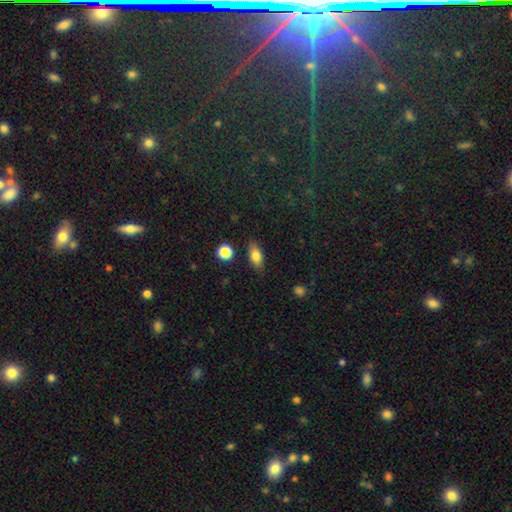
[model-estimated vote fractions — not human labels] This appears to be a smooth galaxy with no disk features (78%) that is in between round and cigar-shaped (80%). Merging: none (82%).